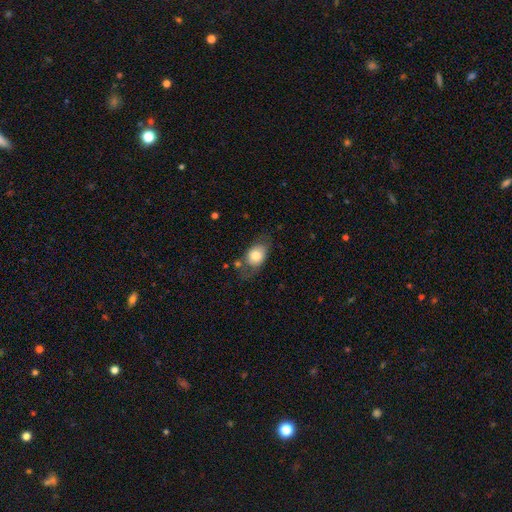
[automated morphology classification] Smooth or featured? Predicted: smooth (p=0.73). How rounded? Predicted: in between (p=0.70). Merging? Predicted: none (p=0.61).